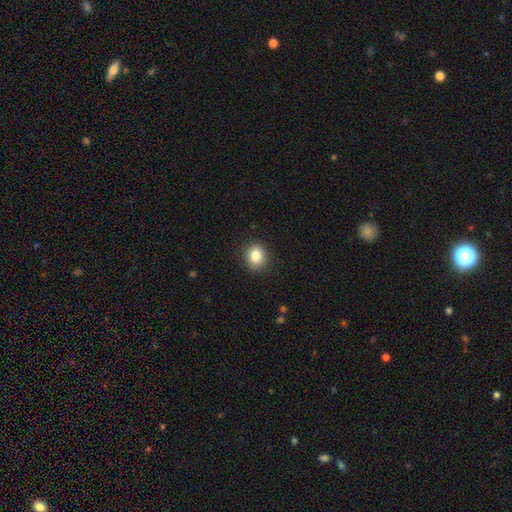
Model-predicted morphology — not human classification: Smooth or featured? smooth (84%)
How rounded? round (71%)
Merging? none (88%)